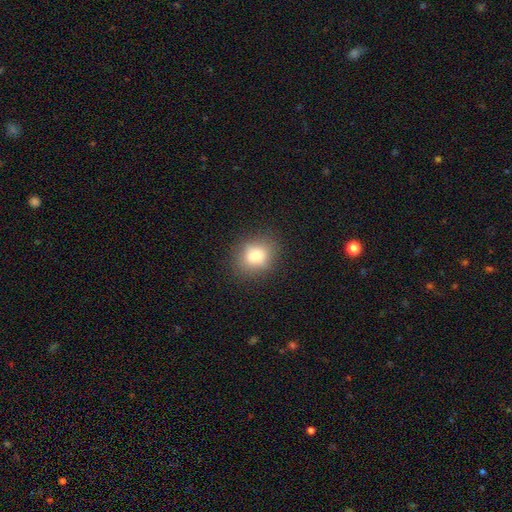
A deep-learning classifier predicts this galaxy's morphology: Smooth or featured: smooth — 75% (star or artifact — 13%)
How rounded: round — 64% (in between — 34%)
Merging: none — 84% (minor disturbance — 11%)